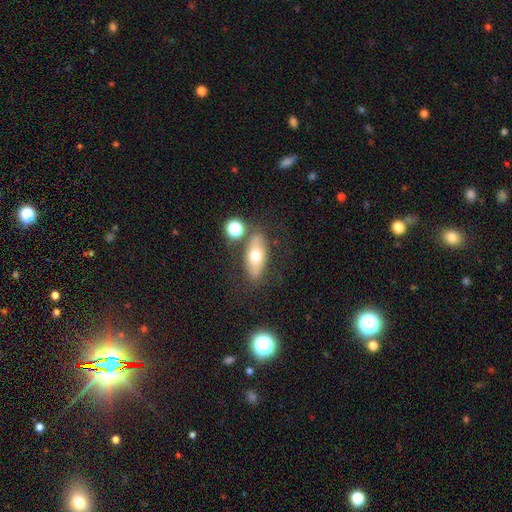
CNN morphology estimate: Smooth or featured? Predicted: smooth (p=0.60). How rounded? Predicted: in between (p=0.76). Merging? Predicted: none (p=0.72).